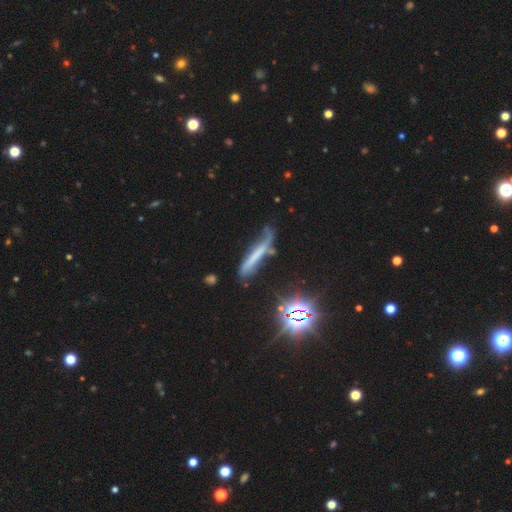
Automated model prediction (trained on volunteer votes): Overall: smooth (41%; featured or disk 39%). Merging: none (40%; minor disturbance 30%).